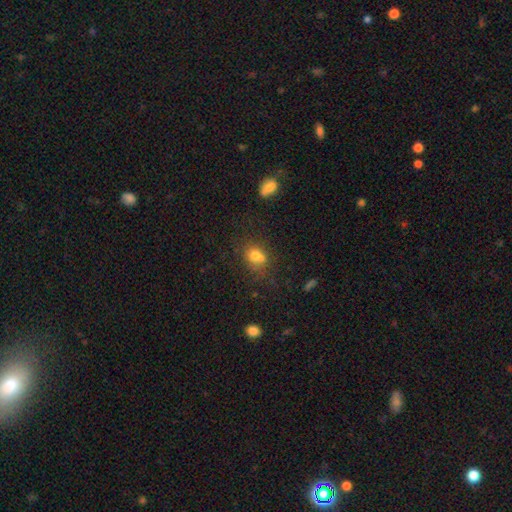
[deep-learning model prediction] Smooth or featured: smooth — 70% (featured or disk — 15%)
How rounded: round — 60% (in between — 38%)
Merging: none — 42% (merger — 39%)